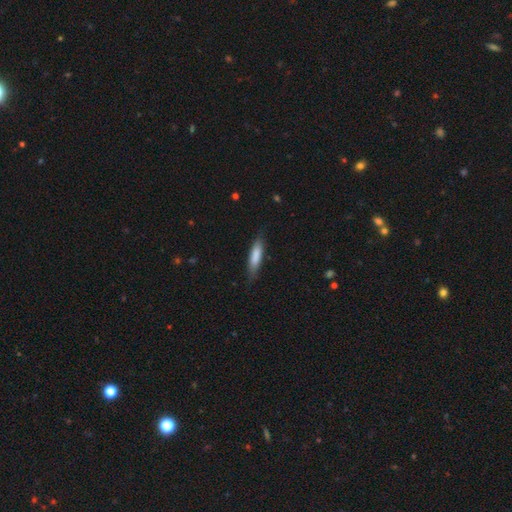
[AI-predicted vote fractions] Q: Smooth or featured?
A: smooth (79%); runner-up: featured or disk (16%)
Q: How rounded?
A: cigar-shaped (73%); runner-up: in between (26%)
Q: Merging?
A: none (79%); runner-up: minor disturbance (16%)